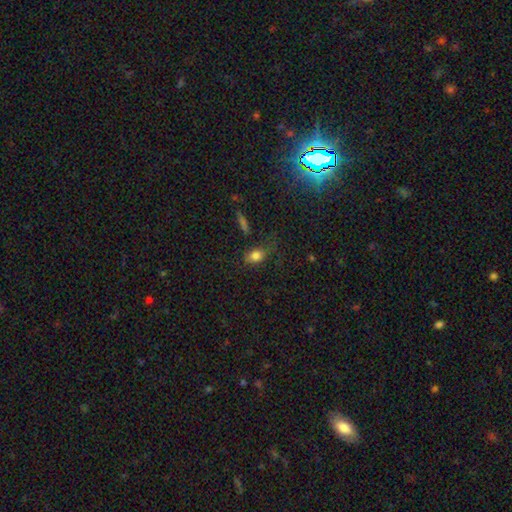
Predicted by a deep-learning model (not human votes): A smooth galaxy with no disk features (80%) that is in between round and cigar-shaped (69%).

Vote fractions:
- Smooth or featured? smooth: 80% / star or artifact: 12% / featured or disk: 8%
- How rounded? in between: 69% / round: 28% / cigar-shaped: 3%
- Merging? none: 66% / minor disturbance: 22% / major disturbance: 9% / merger: 3%